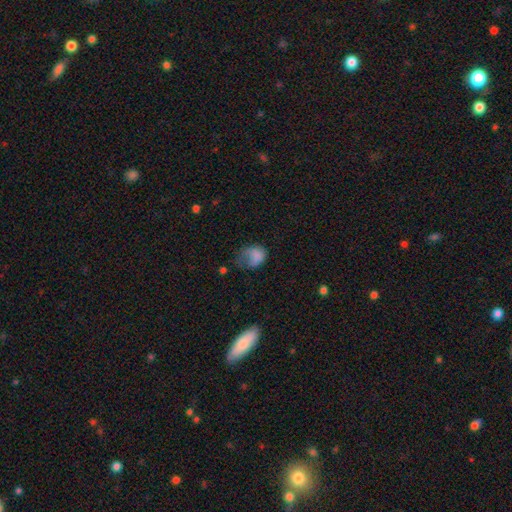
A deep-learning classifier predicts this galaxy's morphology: Overall: smooth (69%). How rounded: in between (68%; round 31%). Merging: major disturbance (50%; minor disturbance 26%).